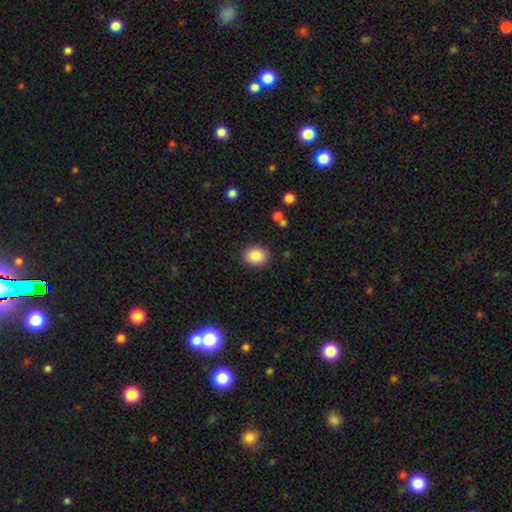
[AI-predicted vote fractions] Smooth or featured?
  - smooth: 87% *
  - star or artifact: 8%
  - featured or disk: 5%
How rounded?
  - round: 54% *
  - in between: 45%
  - cigar-shaped: 1%
Merging?
  - none: 88% *
  - minor disturbance: 8%
  - major disturbance: 2%
  - merger: 1%